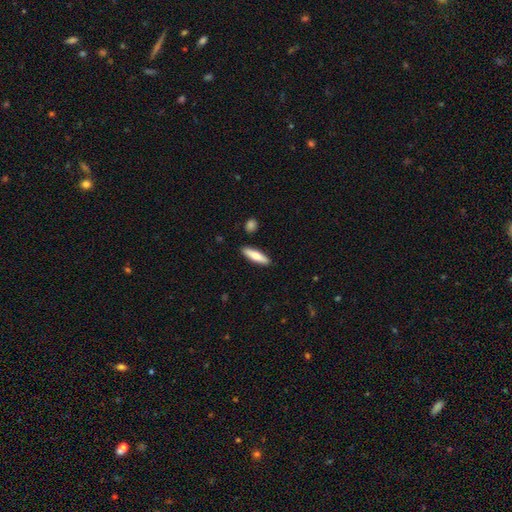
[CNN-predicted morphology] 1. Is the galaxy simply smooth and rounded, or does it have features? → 70% smooth, 25% featured or disk, 5% star or artifact.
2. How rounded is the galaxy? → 68% cigar-shaped, 30% in between, 2% round.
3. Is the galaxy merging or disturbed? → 89% none, 8% minor disturbance, 2% merger, 2% major disturbance.